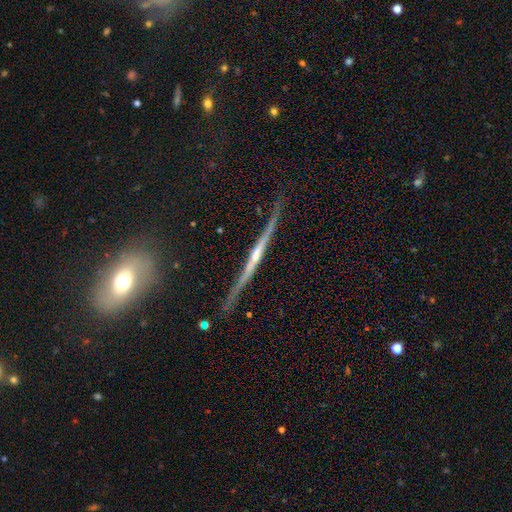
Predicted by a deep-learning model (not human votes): Smooth or featured? Predicted: featured or disk (p=0.81). Edge-on disk? Predicted: yes (p=0.96). Edge-on bulge? Predicted: rounded (p=0.62). Merging? Predicted: none (p=0.78).